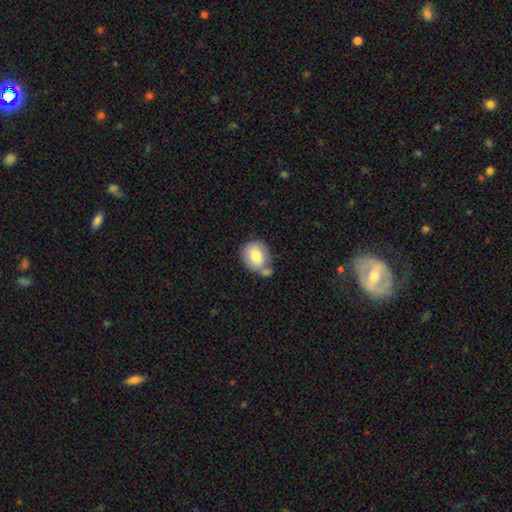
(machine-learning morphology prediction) Smooth or featured?
  - smooth: 79% *
  - featured or disk: 14%
  - star or artifact: 7%
How rounded?
  - round: 60% *
  - in between: 39%
  - cigar-shaped: 1%
Merging?
  - none: 43% *
  - merger: 30%
  - minor disturbance: 20%
  - major disturbance: 7%